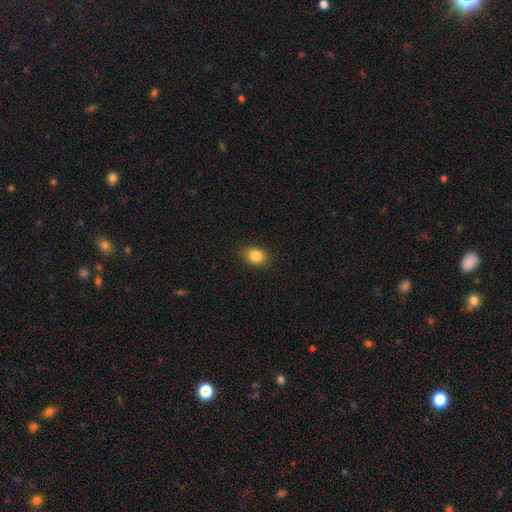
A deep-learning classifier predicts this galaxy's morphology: A smooth galaxy with no disk features (85%) that is in between round and cigar-shaped (55%).

Vote fractions:
- Smooth or featured? smooth: 85% / star or artifact: 10% / featured or disk: 5%
- How rounded? in between: 55% / round: 44% / cigar-shaped: 1%
- Merging? none: 88% / minor disturbance: 8% / major disturbance: 2% / merger: 1%